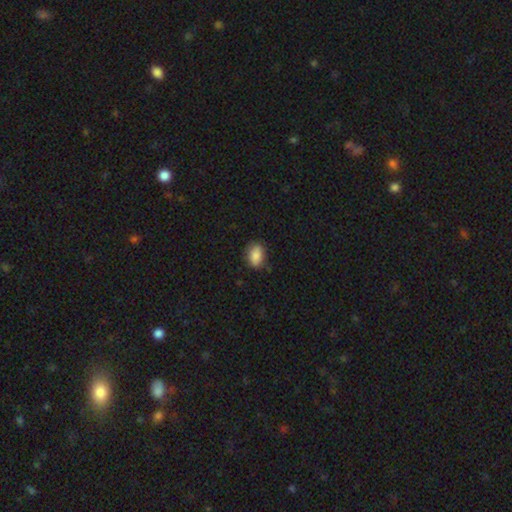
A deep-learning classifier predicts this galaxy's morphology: Smooth or featured? smooth (86%)
How rounded? in between (82%)
Merging? none (76%)